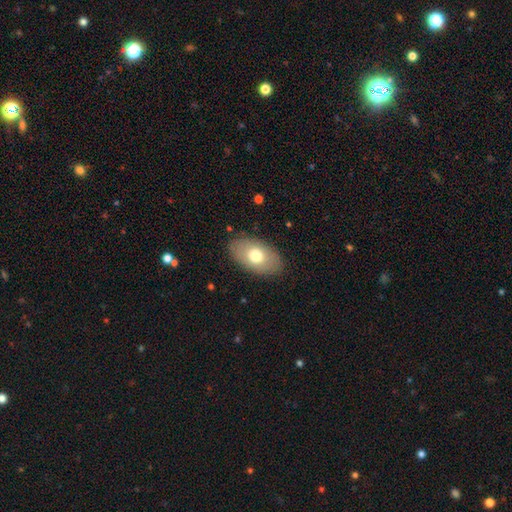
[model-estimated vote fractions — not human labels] A smooth galaxy with no disk features (70%) that is in between round and cigar-shaped (92%). Merging: none (86%).